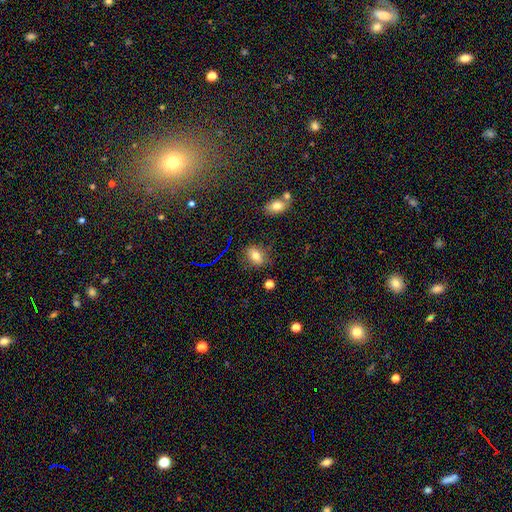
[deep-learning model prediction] Morphology: type=smooth (70%); roundness=in between (76%); merging=none (78%).